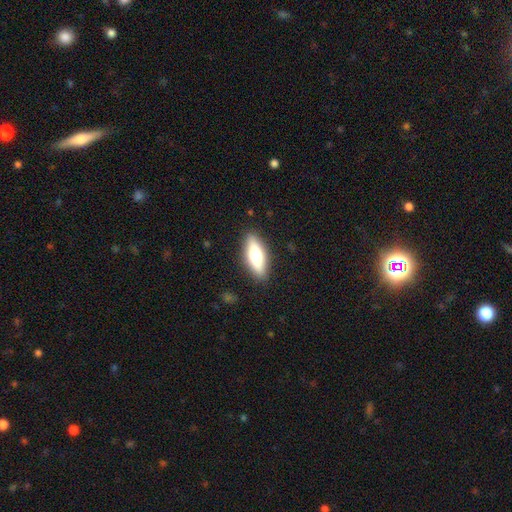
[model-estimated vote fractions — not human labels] Smooth or featured? Predicted: smooth (p=0.63). How rounded? Predicted: in between (p=0.57). Merging? Predicted: none (p=0.87).